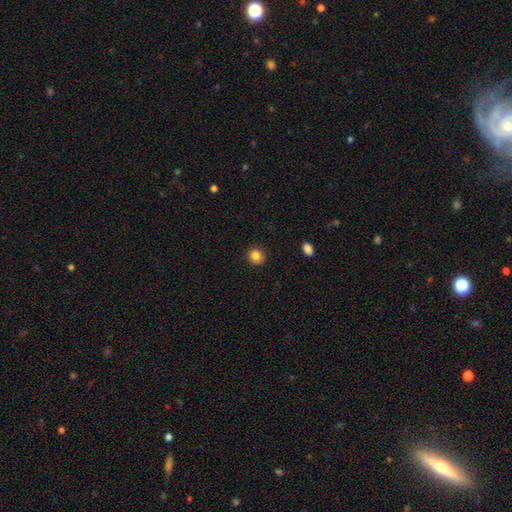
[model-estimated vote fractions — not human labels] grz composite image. It shows a smooth galaxy with no disk features (85%) that is round (84%). Merging: none (90%).